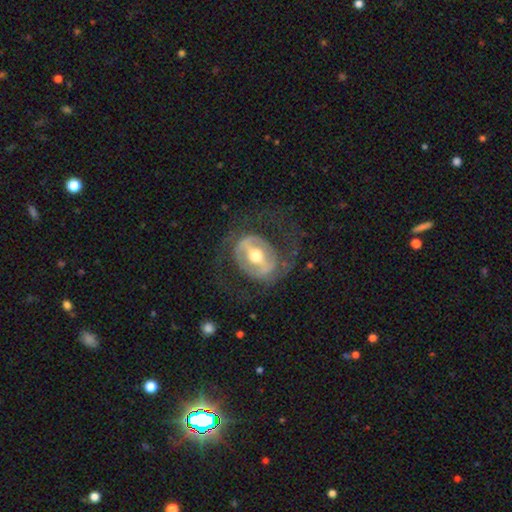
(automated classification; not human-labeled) A featured or disk galaxy (78%) with a strong bar (54%), spiral arms (54%) and a moderate central bulge (73%).

Vote fractions:
- Smooth or featured? featured or disk: 78% / smooth: 17% / star or artifact: 5%
- Edge-on disk? no: 95% / yes: 5%
- Bar? strong: 54% / weak: 29% / no: 16%
- Spiral arms? yes: 54% / no: 46%
- Bulge size? moderate: 73% / large: 13% / small: 11% / dominant: 1% / none: 1%
- Merging? none: 63% / major disturbance: 21% / minor disturbance: 14% / merger: 1%